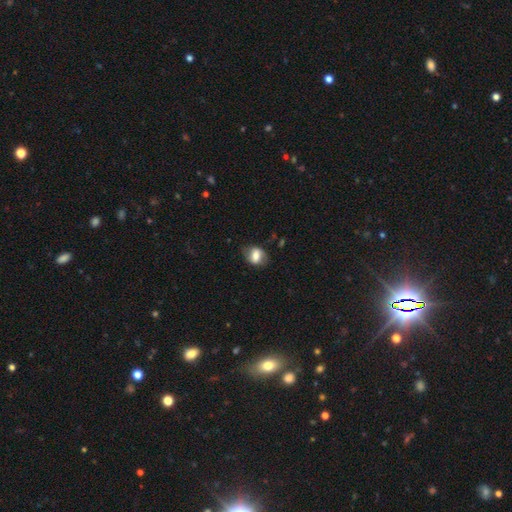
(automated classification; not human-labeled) This is likely a smooth galaxy (64%). How rounded: likely in between (67%). Merging: likely none (66%).